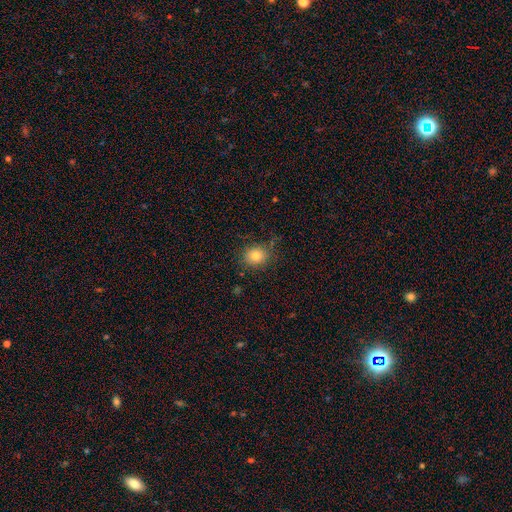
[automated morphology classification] smooth-or-featured: smooth: 80% | star or artifact: 12% | featured or disk: 8%
  how-rounded: round: 81% | in between: 18% | cigar-shaped: 1%
  merging: none: 82% | minor disturbance: 13% | major disturbance: 4% | merger: 2%